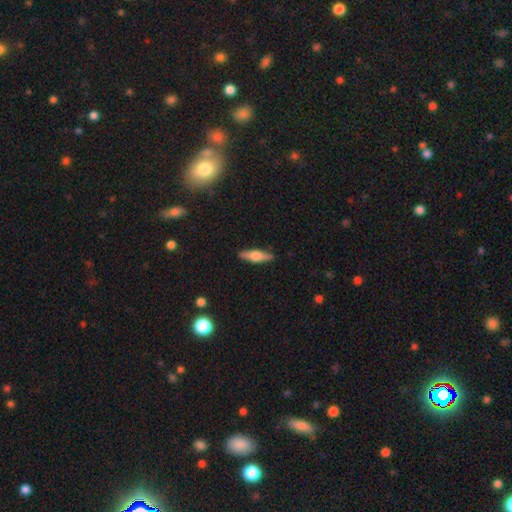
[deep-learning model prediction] A smooth galaxy with no disk features (49%). Merging: none (88%).